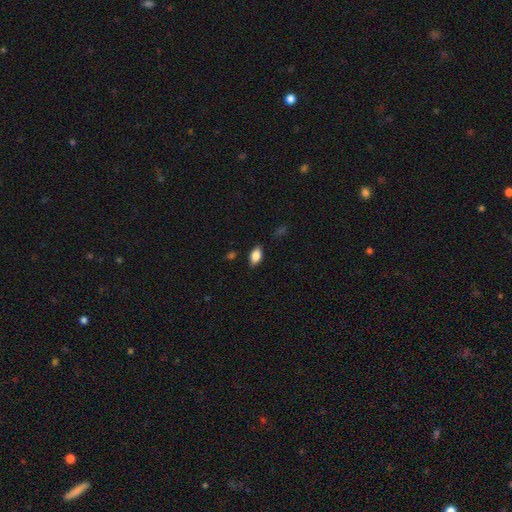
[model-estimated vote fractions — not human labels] Smooth or featured: smooth — 83% (featured or disk — 10%)
How rounded: in between — 90% (cigar-shaped — 5%)
Merging: none — 83% (minor disturbance — 13%)